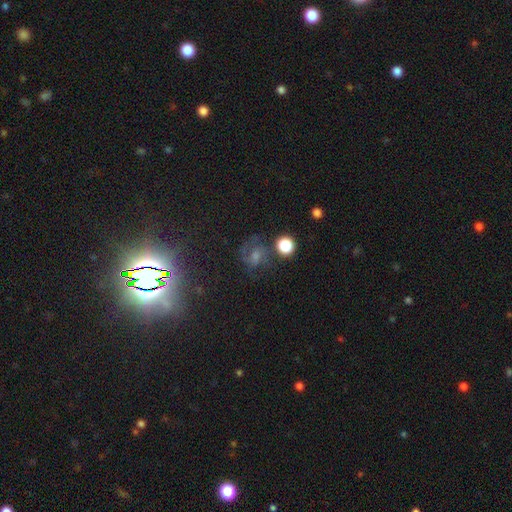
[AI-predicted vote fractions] featured or disk 43%, star or artifact 36%, smooth 21%. Down the decision tree: merging — none (67%).